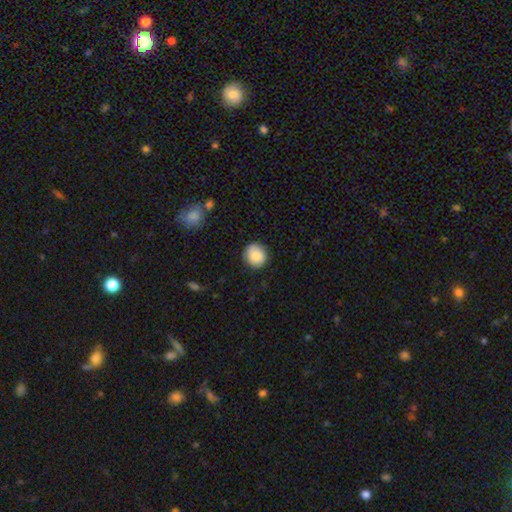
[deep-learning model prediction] A smooth galaxy with no disk features (86%) that is round (88%).

Vote fractions:
- Smooth or featured? smooth: 86% / star or artifact: 8% / featured or disk: 6%
- How rounded? round: 88% / in between: 11% / cigar-shaped: 1%
- Merging? none: 88% / minor disturbance: 9% / major disturbance: 2% / merger: 1%